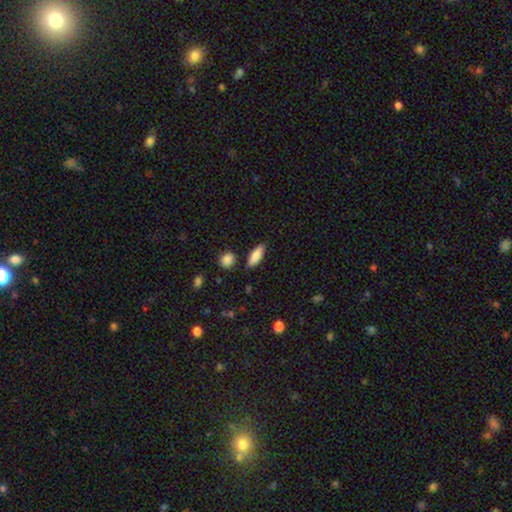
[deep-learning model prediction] This appears to be a smooth galaxy with no disk features (83%) that is in between round and cigar-shaped (68%). Merging: none (83%).